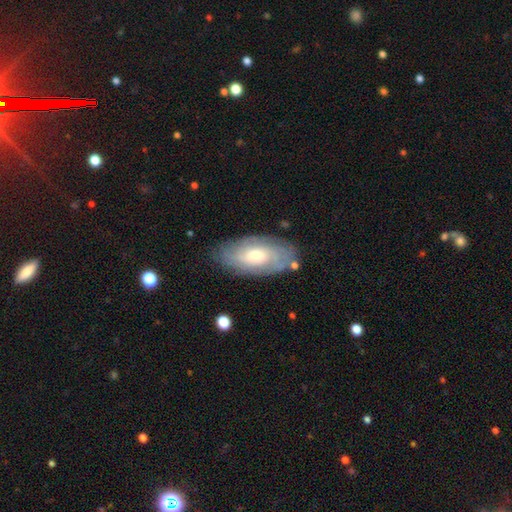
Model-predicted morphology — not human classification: A featured or disk galaxy (60%) with no bar (73%), spiral arms (75%) and a moderate central bulge (54%).

Vote fractions:
- Smooth or featured? featured or disk: 60% / smooth: 33% / star or artifact: 6%
- Edge-on disk? no: 90% / yes: 10%
- Bar? no: 73% / weak: 23% / strong: 4%
- Spiral arms? yes: 75% / no: 25%
- Bulge size? moderate: 54% / small: 38% / large: 6% / none: 1% / dominant: 1%
- Merging? none: 78% / minor disturbance: 15% / major disturbance: 4% / merger: 2%